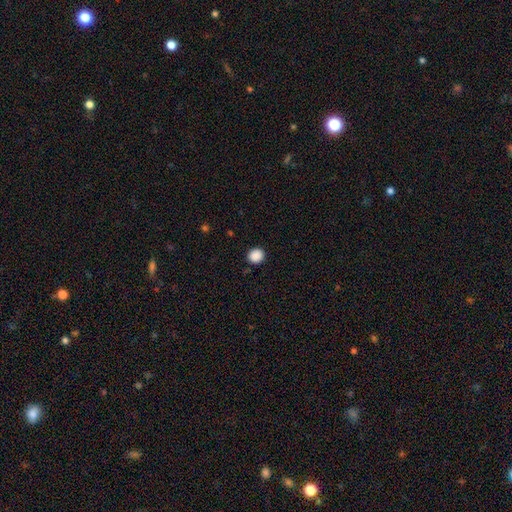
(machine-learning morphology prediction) type=smooth (89%); roundness=round (88%); merging=none (92%).